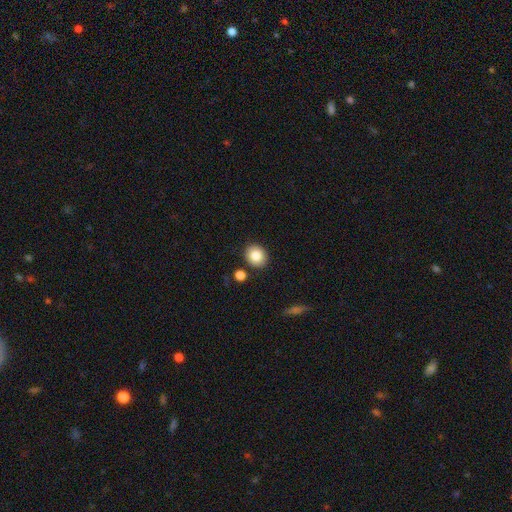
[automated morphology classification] Smooth or featured: smooth — 84% (star or artifact — 9%)
How rounded: round — 72% (in between — 27%)
Merging: none — 86% (minor disturbance — 8%)